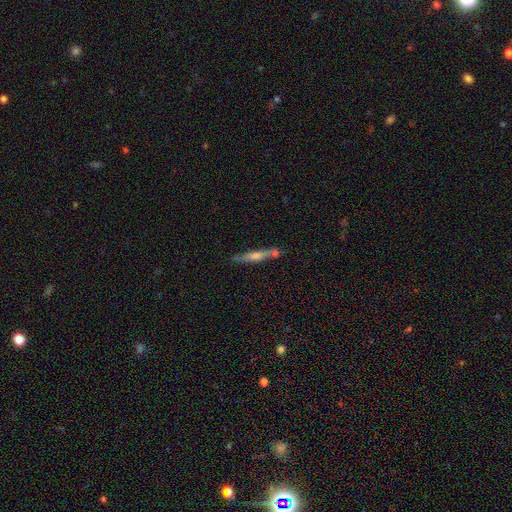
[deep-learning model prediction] A featured or disk galaxy (54%) viewed edge-on (94%) with a rounded central bulge (57%).

Vote fractions:
- Smooth or featured? featured or disk: 54% / smooth: 39% / star or artifact: 7%
- Edge-on disk? yes: 94% / no: 6%
- Edge-on bulge? rounded: 57% / none: 25% / boxy: 18%
- Merging? none: 73% / minor disturbance: 13% / merger: 10% / major disturbance: 3%